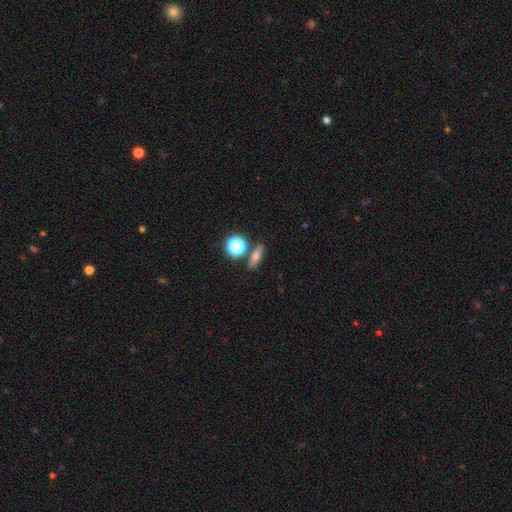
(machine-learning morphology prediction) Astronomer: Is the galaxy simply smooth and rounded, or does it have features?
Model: smooth — 61%.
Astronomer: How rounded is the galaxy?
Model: in between — 48% (runner-up: cigar-shaped, 28%).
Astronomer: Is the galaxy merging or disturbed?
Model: none — 76%.